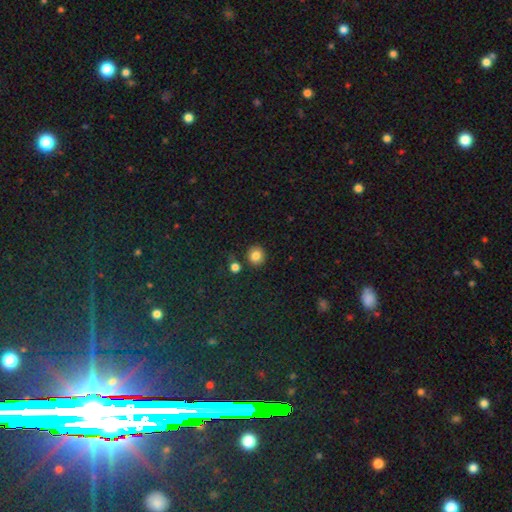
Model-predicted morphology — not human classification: A smooth galaxy with no disk features (83%) that is round (88%). Merging: none (85%).